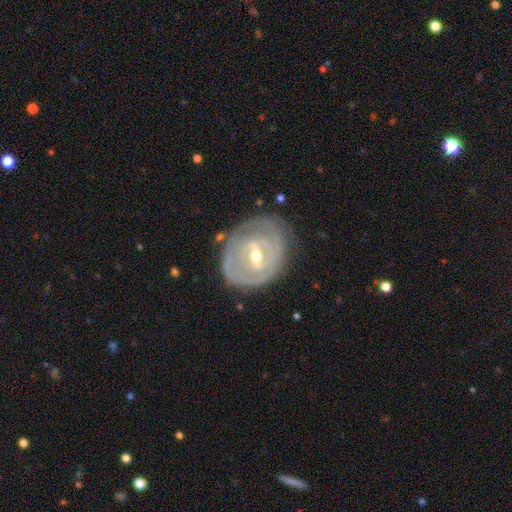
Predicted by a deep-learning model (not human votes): The model was most divided on "bar": weak: 45%, strong: 41%, no: 14%. Remaining: edge-on disk — no (95%); smooth or featured — featured or disk (81%); spiral winding — tight (75%); spiral arms — yes (71%); merging — none (69%); bulge size — moderate (61%); spiral arm count — can't tell (43%).